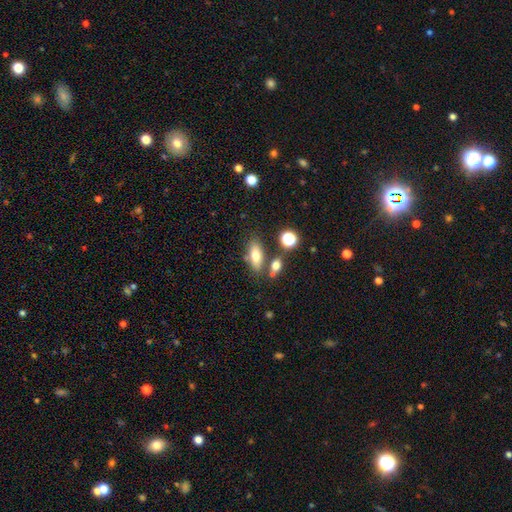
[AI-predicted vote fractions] Smooth or featured? Predicted: smooth (p=0.71). How rounded? Predicted: in between (p=0.76). Merging? Predicted: none (p=0.69).